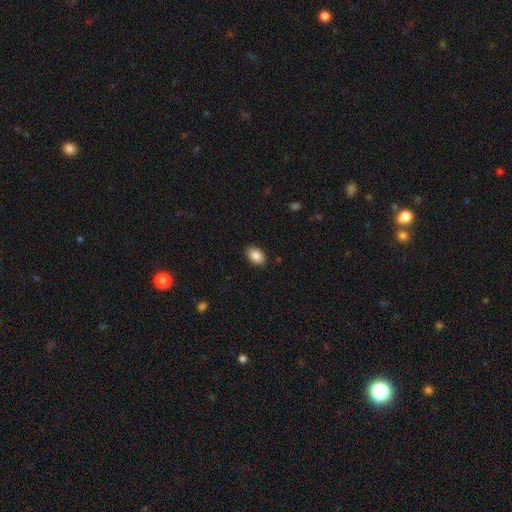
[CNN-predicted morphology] This is clearly a smooth galaxy (88%). How rounded: clearly in between (87%). Merging: clearly none (88%).